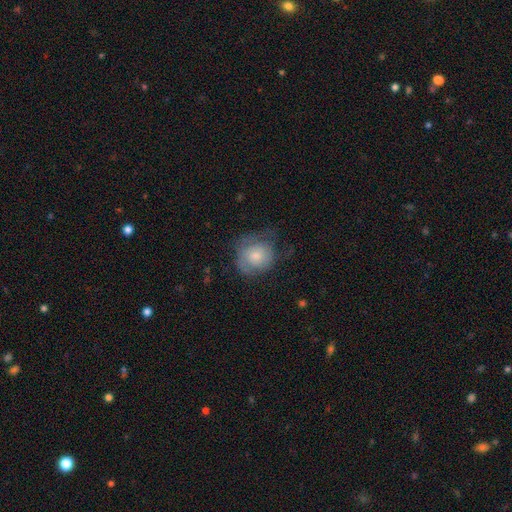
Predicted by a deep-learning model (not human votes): This is likely a smooth galaxy (64%). How rounded: clearly round (83%). Merging: possibly none (52%).